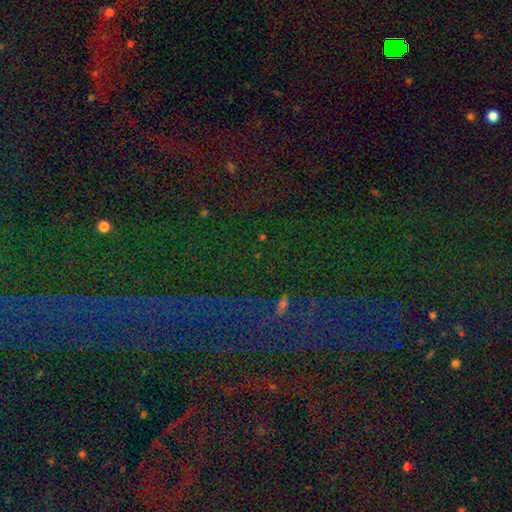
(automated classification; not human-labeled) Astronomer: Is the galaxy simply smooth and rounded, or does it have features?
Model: star or artifact — 80%.